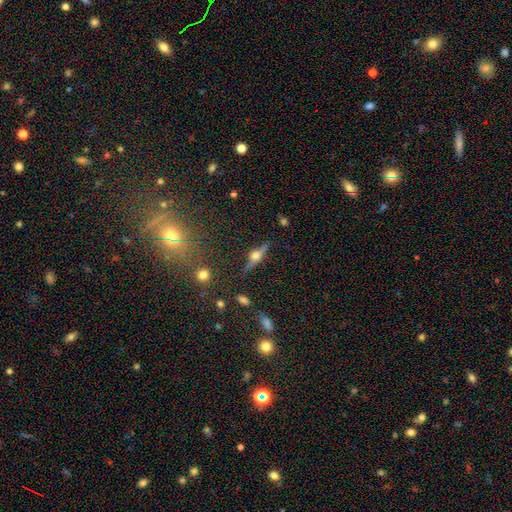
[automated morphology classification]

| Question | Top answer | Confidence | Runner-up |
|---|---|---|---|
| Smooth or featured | featured or disk | 73% | smooth (18%) |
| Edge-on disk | yes | 96% | no (4%) |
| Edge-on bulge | rounded | 94% | boxy (4%) |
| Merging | none | 82% | minor disturbance (12%) |